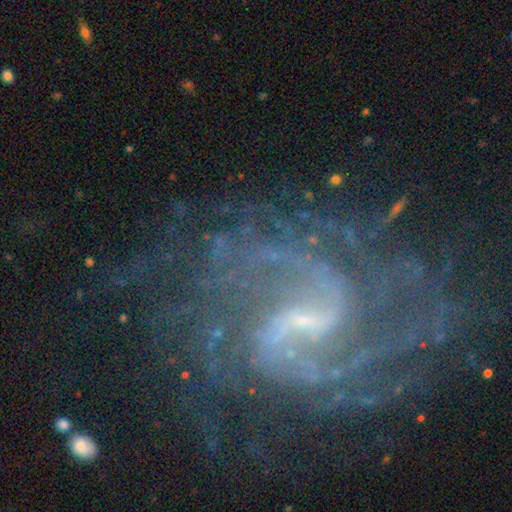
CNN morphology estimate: The model was most divided on "bar": weak: 47%, strong: 37%, no: 17%. Remaining: edge-on disk — no (98%); spiral arms — yes (98%); smooth or featured — featured or disk (89%); bulge size — small (75%); merging — none (63%); spiral arm count — 2 (49%); spiral winding — medium (48%).